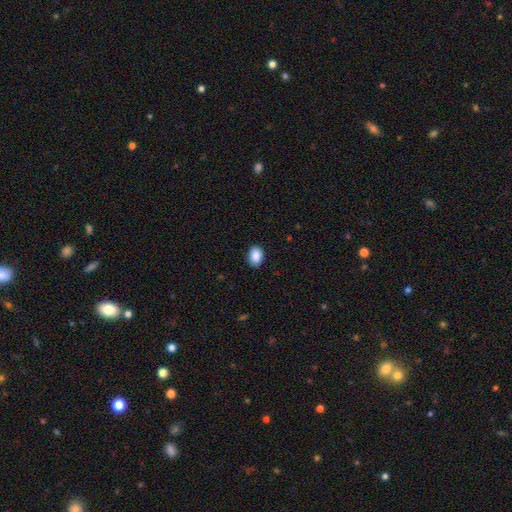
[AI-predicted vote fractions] This is clearly a smooth galaxy (89%). How rounded: likely in between (77%). Merging: clearly none (89%).